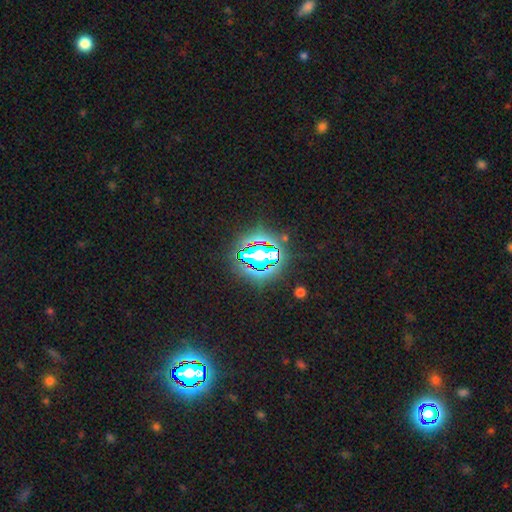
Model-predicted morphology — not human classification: star or artifact 82%, smooth 11%, featured or disk 7%.